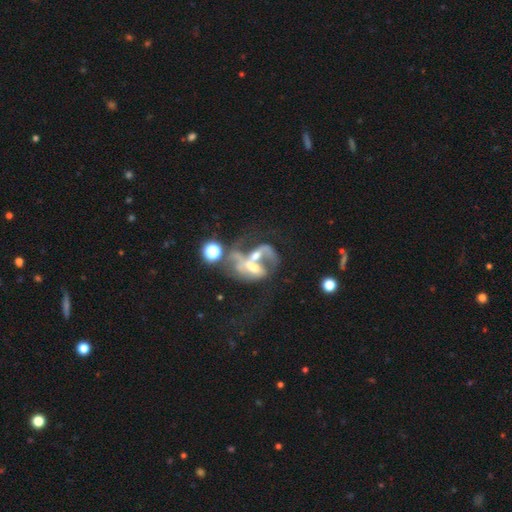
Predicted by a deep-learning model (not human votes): smooth-or-featured: featured or disk: 64% | smooth: 21% | star or artifact: 15%
  disk-edge-on: no: 96% | yes: 4%
    bar: no: 57% | weak: 25% | strong: 18%
    has-spiral-arms: no: 50% (tied) | yes: 50% (tied)
    bulge-size: moderate: 42% | small: 21% | none: 20% | large: 14% | dominant: 3%
  merging: merger: 60% | major disturbance: 24% | none: 11% | minor disturbance: 6%